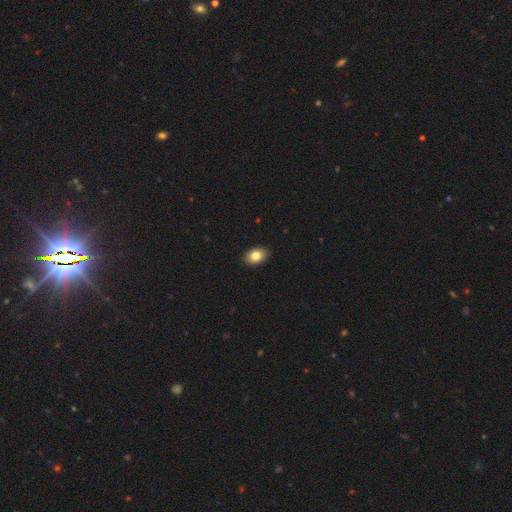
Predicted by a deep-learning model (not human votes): The model was most divided on "how rounded": in between: 82%, round: 17%, cigar-shaped: 1%. More confident: merging — none (91%); smooth or featured — smooth (83%).